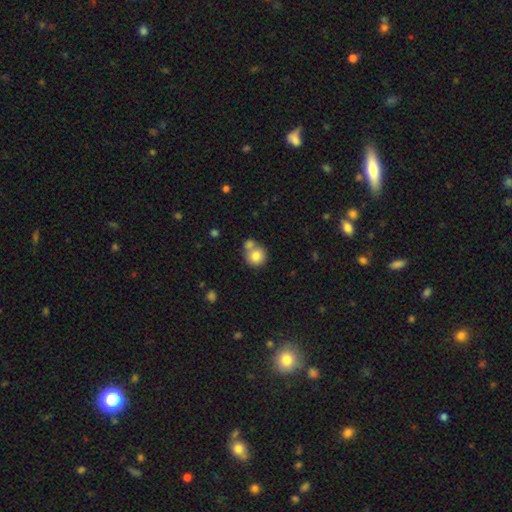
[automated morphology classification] This appears to be a smooth galaxy with no disk features (80%) that is round (88%). Merging: none (50%).